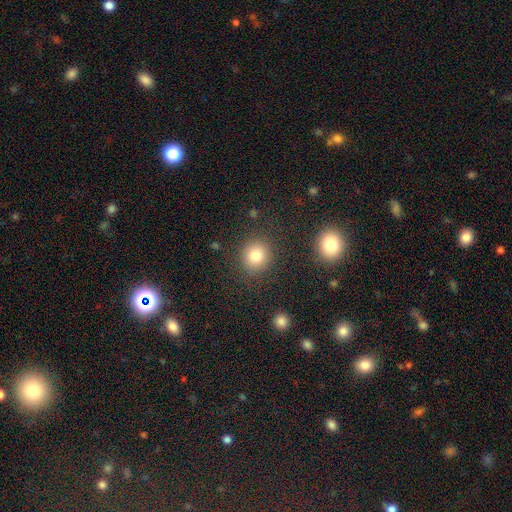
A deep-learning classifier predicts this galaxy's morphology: A smooth galaxy with no disk features (80%) that is round (87%).

Vote fractions:
- Smooth or featured? smooth: 80% / star or artifact: 12% / featured or disk: 7%
- How rounded? round: 87% / in between: 12% / cigar-shaped: 1%
- Merging? none: 86% / minor disturbance: 8% / major disturbance: 3% / merger: 3%